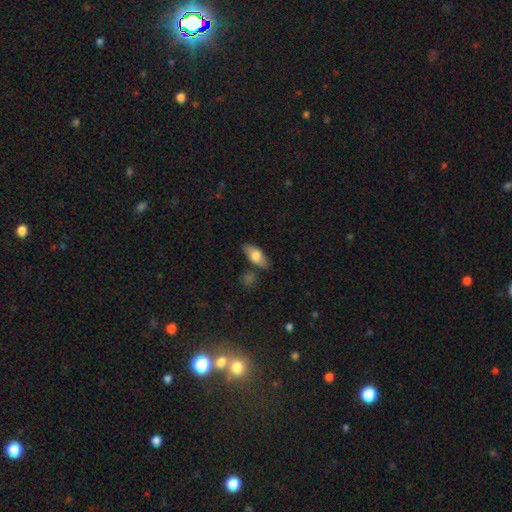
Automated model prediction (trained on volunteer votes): A smooth galaxy with no disk features (73%) that is in between round and cigar-shaped (81%). Merging: none (79%).